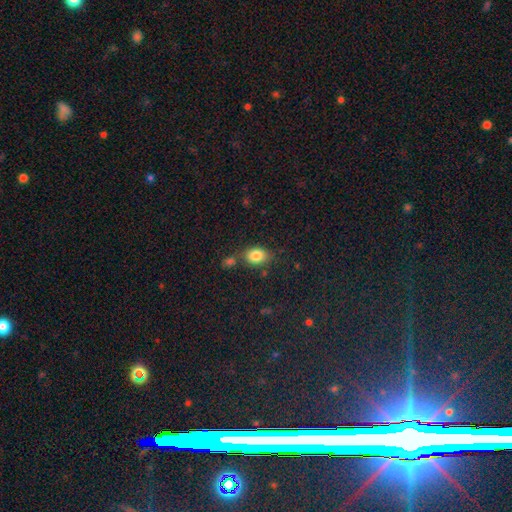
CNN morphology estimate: A smooth galaxy with no disk features (82%) that is in between round and cigar-shaped (72%).

Vote fractions:
- Smooth or featured? smooth: 82% / star or artifact: 10% / featured or disk: 8%
- How rounded? in between: 72% / round: 27% / cigar-shaped: 2%
- Merging? none: 65% / minor disturbance: 15% / merger: 15% / major disturbance: 5%